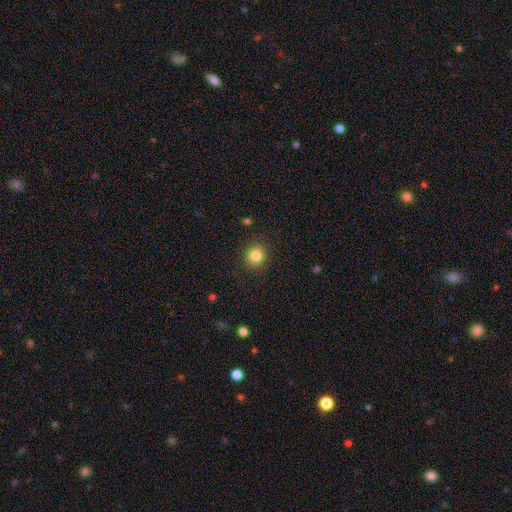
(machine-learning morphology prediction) type=smooth (83%); roundness=round (89%); merging=none (89%).